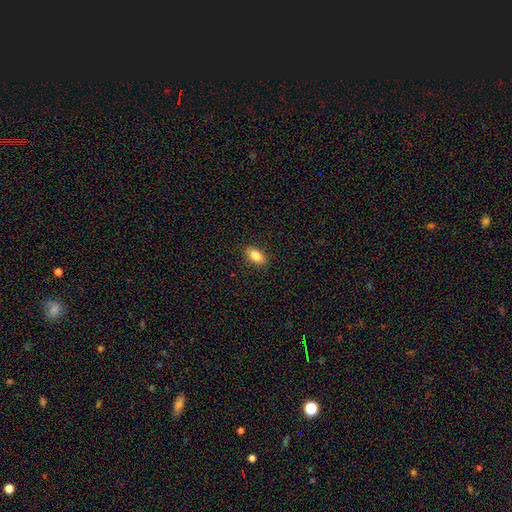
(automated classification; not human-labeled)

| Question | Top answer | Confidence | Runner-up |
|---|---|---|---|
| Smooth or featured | smooth | 83% | featured or disk (10%) |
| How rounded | in between | 88% | cigar-shaped (7%) |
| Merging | none | 88% | minor disturbance (9%) |